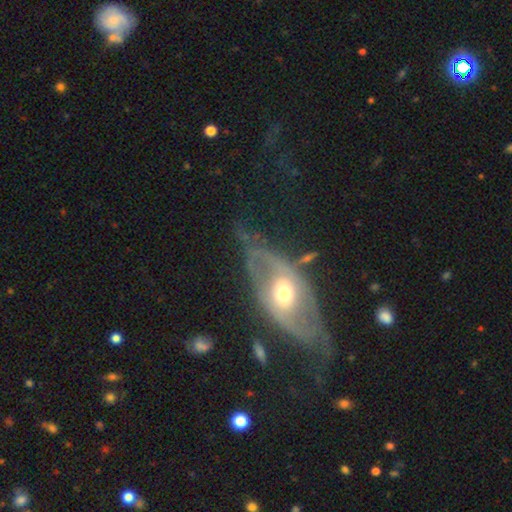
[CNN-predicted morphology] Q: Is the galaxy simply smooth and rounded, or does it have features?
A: featured or disk — 75%.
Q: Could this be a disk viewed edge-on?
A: no — 85%.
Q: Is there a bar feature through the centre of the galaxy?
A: no — 63%.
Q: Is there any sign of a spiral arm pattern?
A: yes — 70%.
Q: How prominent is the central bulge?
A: moderate — 68%.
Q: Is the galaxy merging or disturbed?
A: none — 56%.